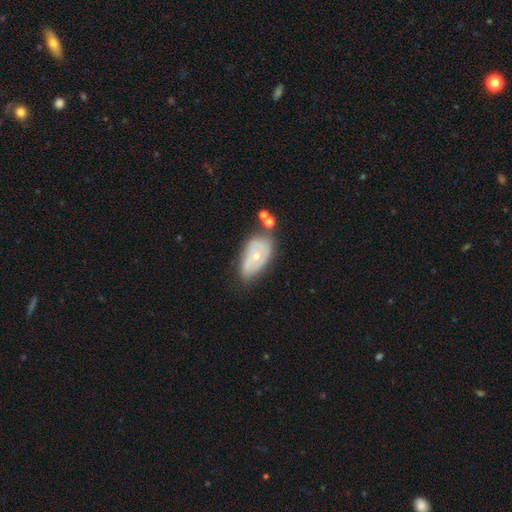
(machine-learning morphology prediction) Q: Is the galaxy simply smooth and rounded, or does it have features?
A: featured or disk — 62%.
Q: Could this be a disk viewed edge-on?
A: no — 93%.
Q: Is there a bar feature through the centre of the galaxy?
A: no — 79%.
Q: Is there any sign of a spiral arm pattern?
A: yes — 59%.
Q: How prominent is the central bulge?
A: small — 57%.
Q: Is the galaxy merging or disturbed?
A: none — 47%.